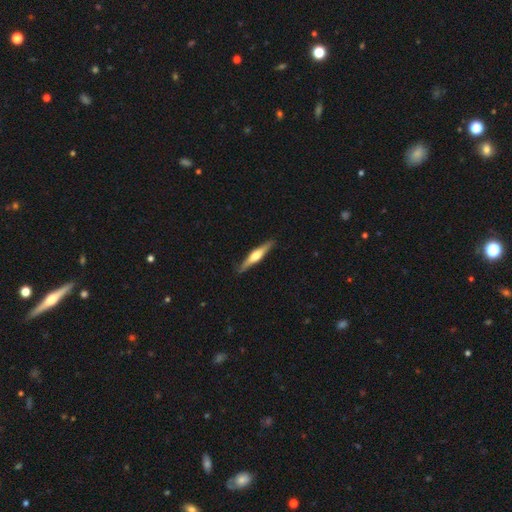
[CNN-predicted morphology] Smooth or featured? Predicted: featured or disk (p=0.62). Edge-on disk? Predicted: yes (p=0.96). Edge-on bulge? Predicted: rounded (p=0.89). Merging? Predicted: none (p=0.88).